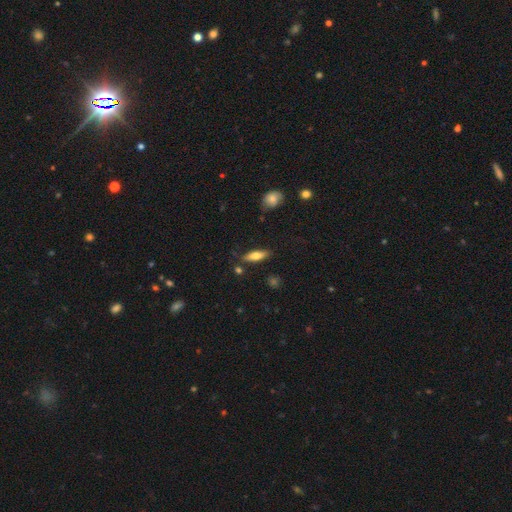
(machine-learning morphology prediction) smooth_or_featured: smooth (p=0.67) [alt: featured or disk p=0.26]
how_rounded: in between (p=0.51) [alt: cigar-shaped p=0.47]
merging: none (p=0.80) [alt: minor disturbance p=0.14]